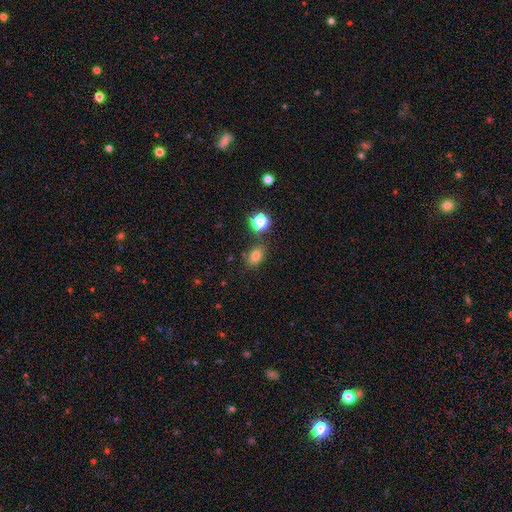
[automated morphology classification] A smooth galaxy with no disk features (76%) that is in between round and cigar-shaped (71%). Merging: none (77%).